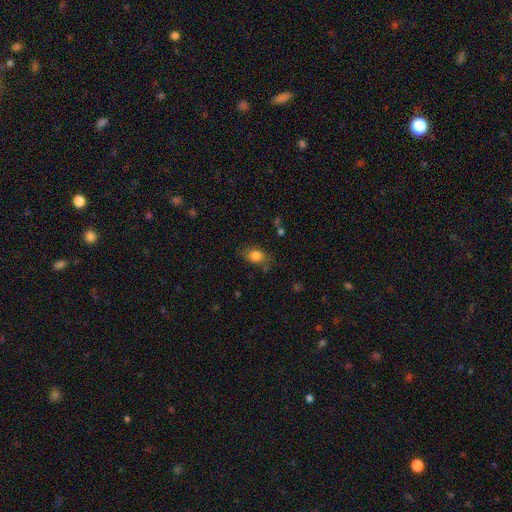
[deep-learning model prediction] A smooth galaxy with no disk features (82%) that is in between round and cigar-shaped (71%). Merging: none (71%).